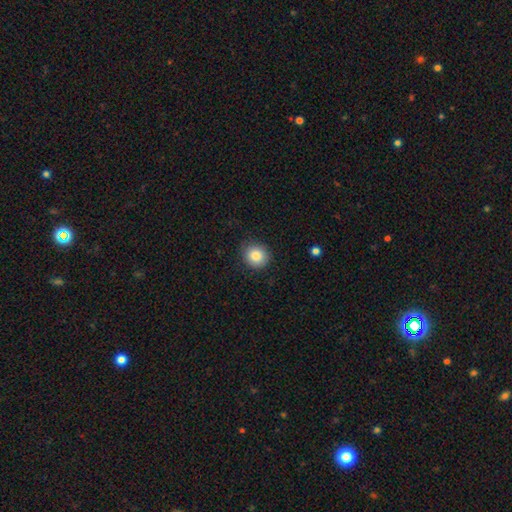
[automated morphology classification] Q: Smooth or featured?
A: smooth (84%); runner-up: star or artifact (9%)
Q: How rounded?
A: round (90%); runner-up: in between (10%)
Q: Merging?
A: none (87%); runner-up: minor disturbance (9%)